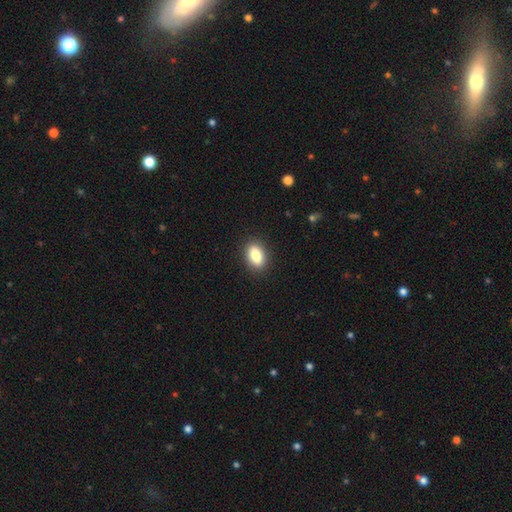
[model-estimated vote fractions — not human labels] Smooth or featured? Predicted: smooth (p=0.85). How rounded? Predicted: in between (p=0.86). Merging? Predicted: none (p=0.89).